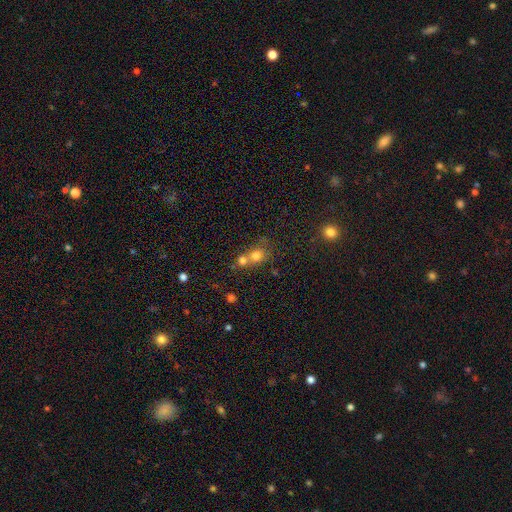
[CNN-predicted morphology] Smooth or featured?
  - smooth: 75% *
  - star or artifact: 13%
  - featured or disk: 12%
How rounded?
  - round: 76% *
  - in between: 23%
  - cigar-shaped: 1%
Merging?
  - merger: 56% *
  - none: 34%
  - minor disturbance: 7%
  - major disturbance: 4%